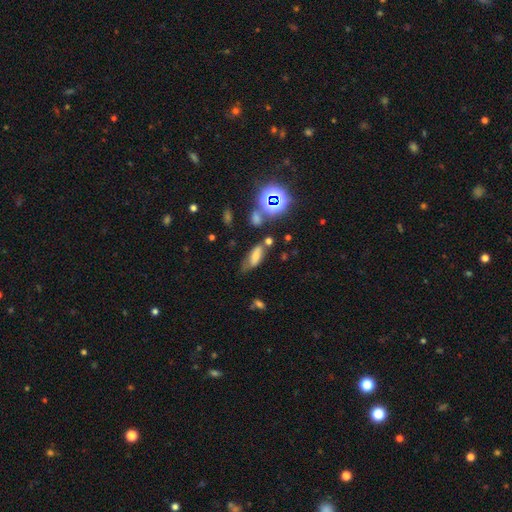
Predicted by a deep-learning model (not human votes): A smooth galaxy with no disk features (57%) that is in between round and cigar-shaped (72%). Merging: none (54%).